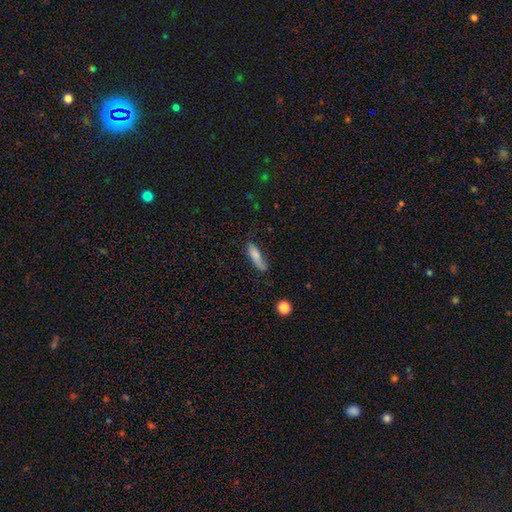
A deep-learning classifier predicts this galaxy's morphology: This appears to be a smooth galaxy with no disk features (77%) that is cigar-shaped (55%). Merging: none (57%).